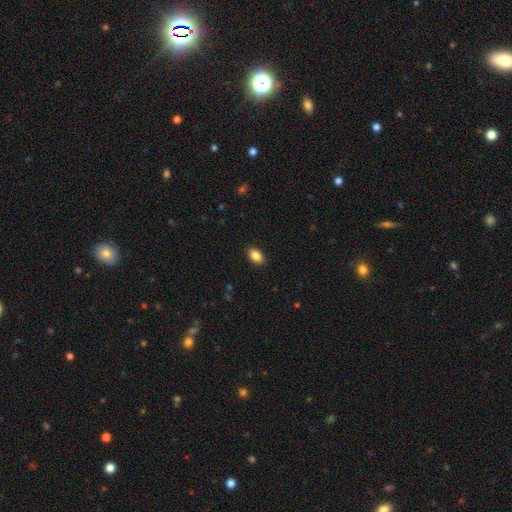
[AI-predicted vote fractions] Smooth or featured? smooth (87%)
How rounded? in between (87%)
Merging? none (89%)